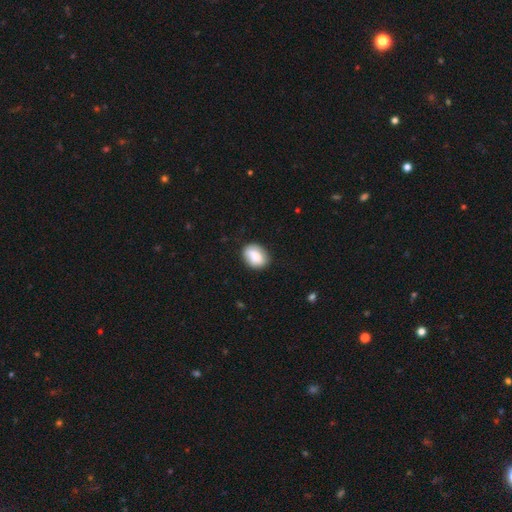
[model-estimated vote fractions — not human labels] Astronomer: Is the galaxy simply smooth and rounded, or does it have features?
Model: smooth — 81%.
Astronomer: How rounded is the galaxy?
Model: in between — 66%.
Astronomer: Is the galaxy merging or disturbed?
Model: none — 78%.